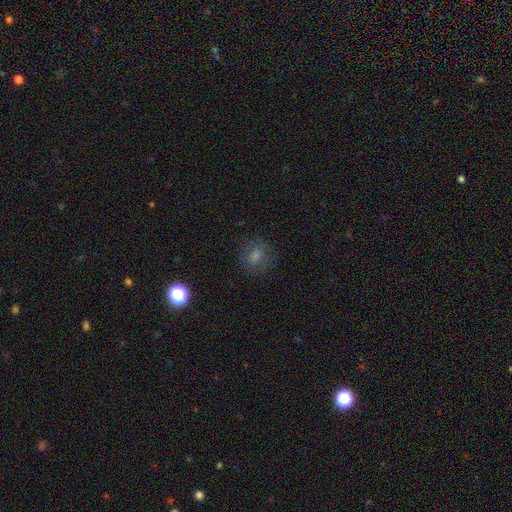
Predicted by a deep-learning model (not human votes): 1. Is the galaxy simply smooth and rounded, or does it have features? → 74% smooth, 14% star or artifact, 12% featured or disk.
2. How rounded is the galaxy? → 66% round, 32% in between, 1% cigar-shaped.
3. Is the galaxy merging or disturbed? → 76% none, 16% minor disturbance, 8% major disturbance, 1% merger.